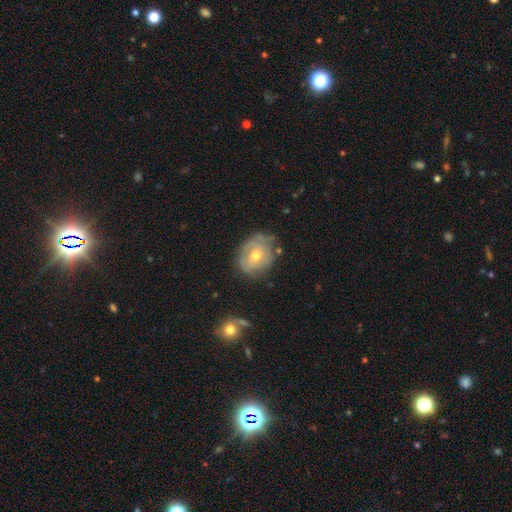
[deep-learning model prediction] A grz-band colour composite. It shows a featured or disk galaxy (61%) with no bar (66%), spiral arms (70%) and a moderate central bulge (62%). Merging: none (65%).